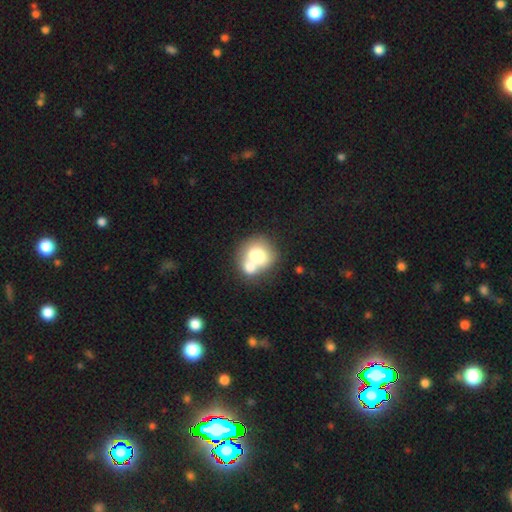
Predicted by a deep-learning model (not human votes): Smooth or featured?
  - smooth: 70% *
  - featured or disk: 22%
  - star or artifact: 9%
How rounded?
  - round: 71% *
  - in between: 28%
  - cigar-shaped: 1%
Merging?
  - merger: 59% *
  - none: 28%
  - minor disturbance: 8%
  - major disturbance: 5%